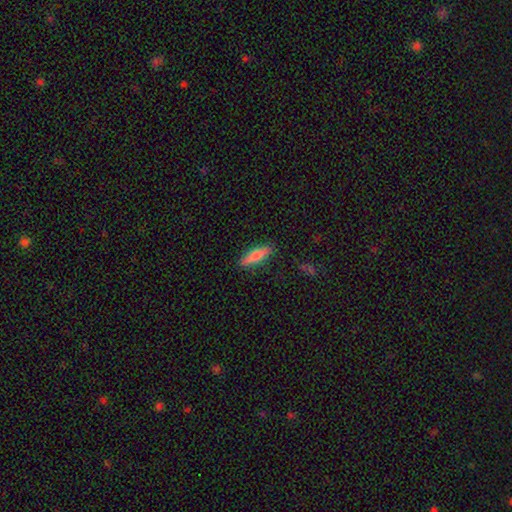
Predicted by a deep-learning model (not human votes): Smooth or featured? Predicted: smooth (p=0.76). How rounded? Predicted: cigar-shaped (p=0.61). Merging? Predicted: none (p=0.86).